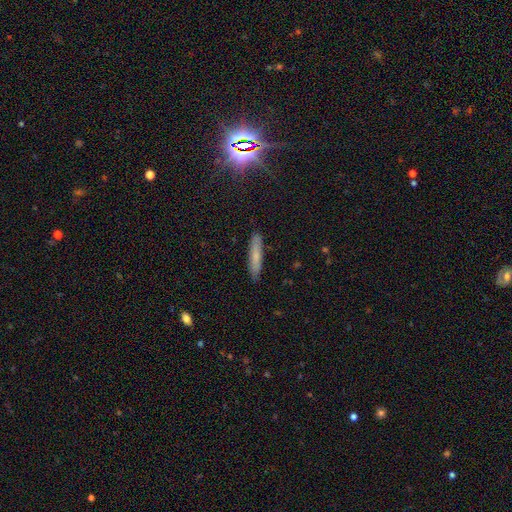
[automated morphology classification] A smooth galaxy with no disk features (67%) that is cigar-shaped (88%).

Vote fractions:
- Smooth or featured? smooth: 67% / featured or disk: 23% / star or artifact: 9%
- How rounded? cigar-shaped: 88% / in between: 10% / round: 2%
- Merging? none: 87% / minor disturbance: 10% / major disturbance: 2% / merger: 1%